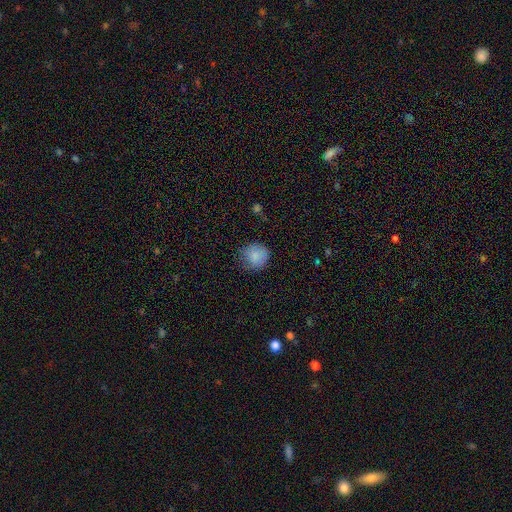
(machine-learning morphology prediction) This is clearly a smooth galaxy (84%). How rounded: clearly round (88%). Merging: likely none (73%).